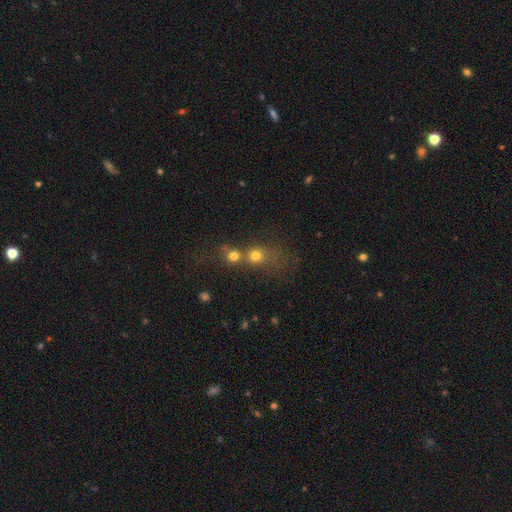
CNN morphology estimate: Smooth or featured? smooth (69%)
How rounded? round (81%)
Merging? merger (51%)